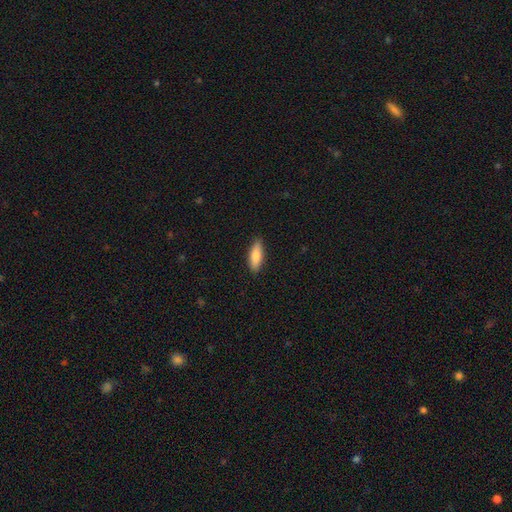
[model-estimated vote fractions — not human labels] This appears to be a smooth galaxy with no disk features (81%) that is in between round and cigar-shaped (61%). Merging: none (88%).